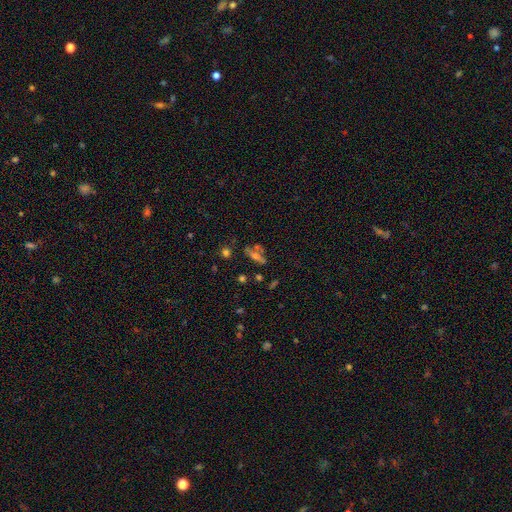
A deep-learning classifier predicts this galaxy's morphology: Smooth or featured? smooth (40%)
Merging? none (57%)